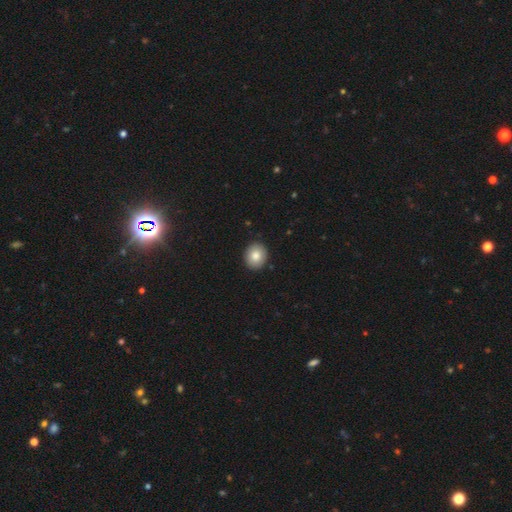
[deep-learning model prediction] Smooth or featured? smooth (84%)
How rounded? round (66%)
Merging? none (91%)